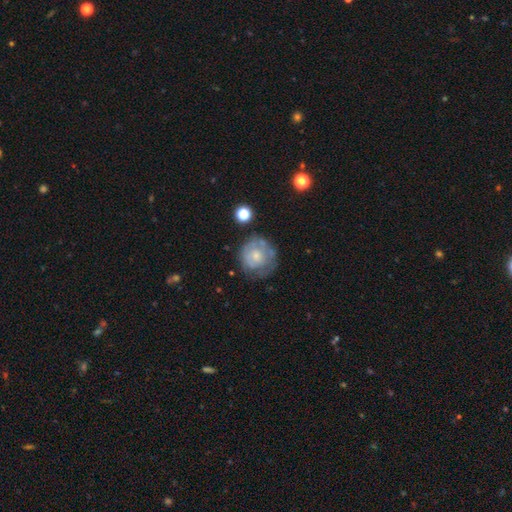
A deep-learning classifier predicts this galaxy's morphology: The model was most divided on "smooth or featured": featured or disk: 47%, smooth: 45%, star or artifact: 8%. More confident: merging — none (58%).